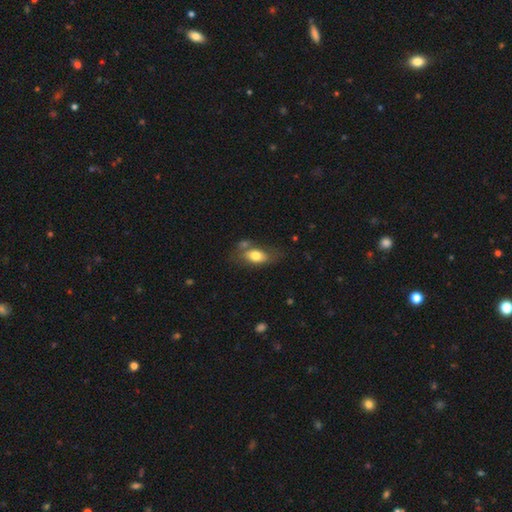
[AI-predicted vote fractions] smooth_or_featured: smooth (p=0.72) [alt: featured or disk p=0.21]
how_rounded: in between (p=0.86) [alt: round p=0.08]
merging: none (p=0.50) [alt: minor disturbance p=0.22]